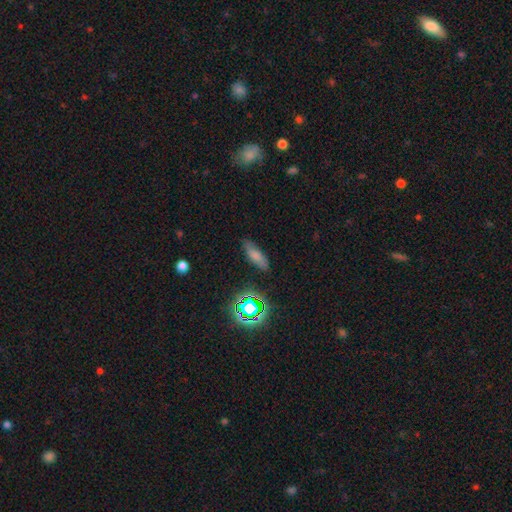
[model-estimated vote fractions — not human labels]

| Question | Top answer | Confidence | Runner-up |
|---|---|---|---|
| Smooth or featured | smooth | 73% | star or artifact (15%) |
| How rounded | in between | 59% | cigar-shaped (38%) |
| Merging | none | 80% | minor disturbance (14%) |